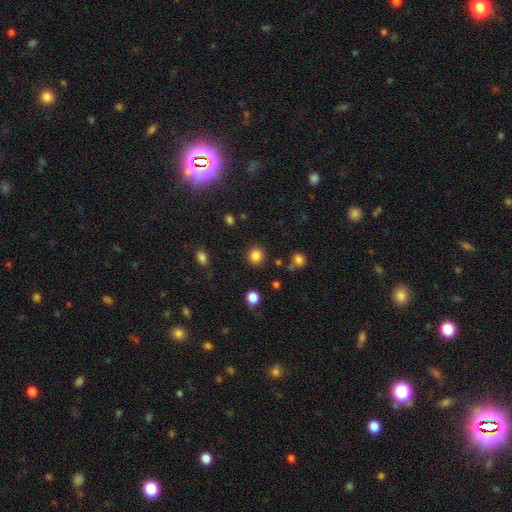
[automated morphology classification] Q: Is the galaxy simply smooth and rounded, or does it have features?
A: smooth — 84%.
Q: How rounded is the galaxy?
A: round — 90%.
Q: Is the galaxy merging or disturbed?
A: none — 89%.